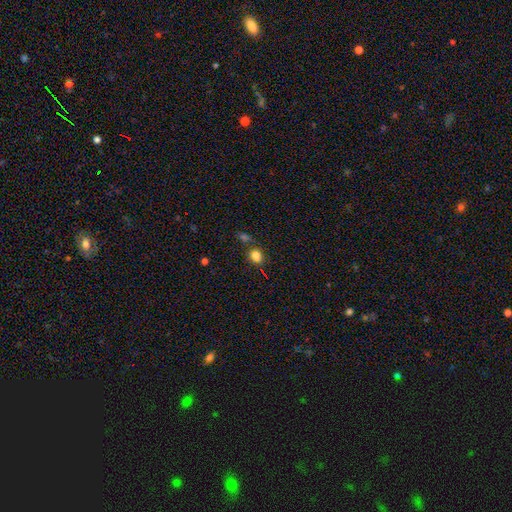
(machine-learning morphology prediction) Smooth or featured? Predicted: smooth (p=0.81). How rounded? Predicted: round (p=0.56). Merging? Predicted: none (p=0.70).